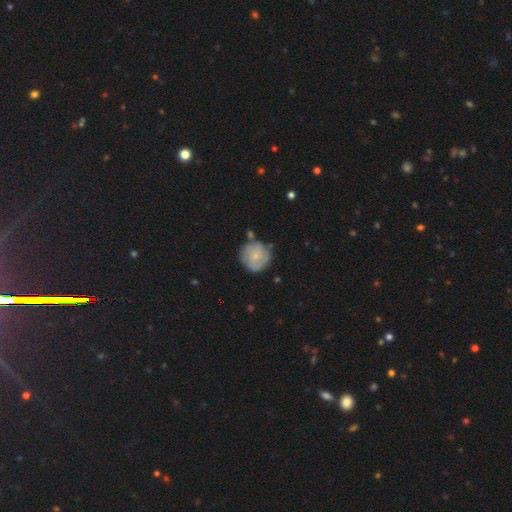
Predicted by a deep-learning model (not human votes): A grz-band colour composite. It shows a smooth galaxy with no disk features (66%) that is round (93%). Merging: none (71%).